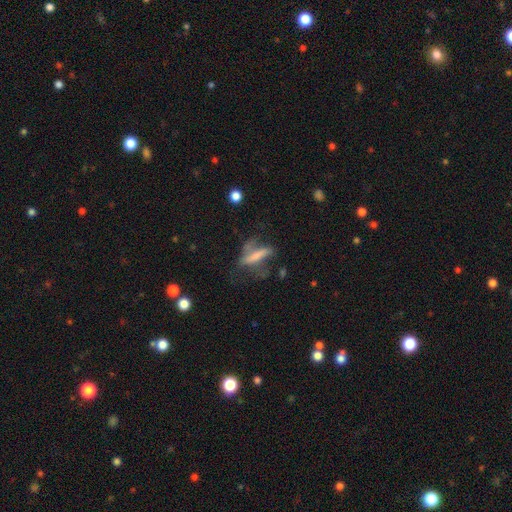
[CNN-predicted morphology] Q: Smooth or featured?
A: smooth (47%); runner-up: featured or disk (43%)
Q: Merging?
A: none (35%); runner-up: major disturbance (34%)